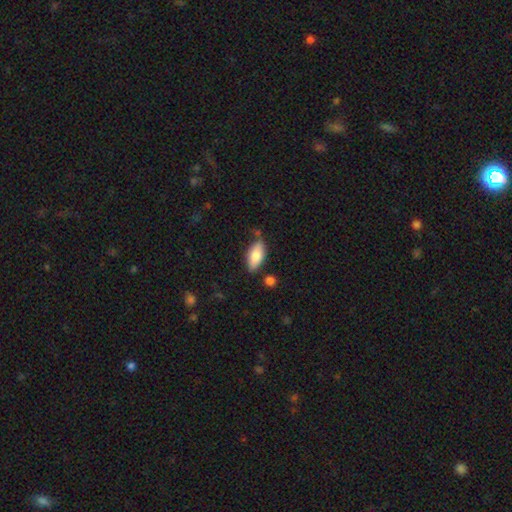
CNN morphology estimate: Smooth or featured?
  - smooth: 79% *
  - featured or disk: 15%
  - star or artifact: 6%
How rounded?
  - in between: 87% *
  - cigar-shaped: 11%
  - round: 2%
Merging?
  - none: 72% *
  - minor disturbance: 19%
  - merger: 5%
  - major disturbance: 4%